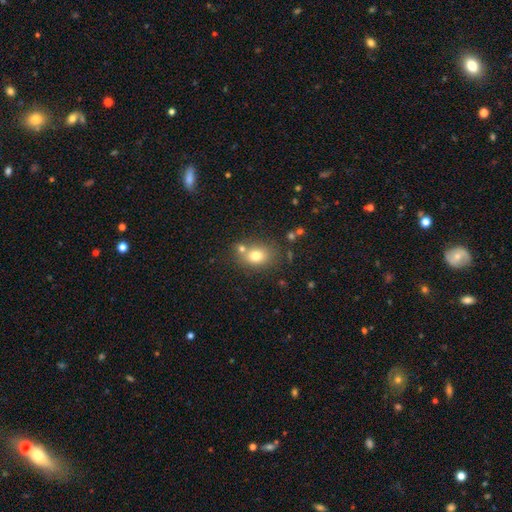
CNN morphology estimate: smooth 77%, star or artifact 12%, featured or disk 12%. Down the decision tree: how rounded — in between (57%); merging — none (63%).